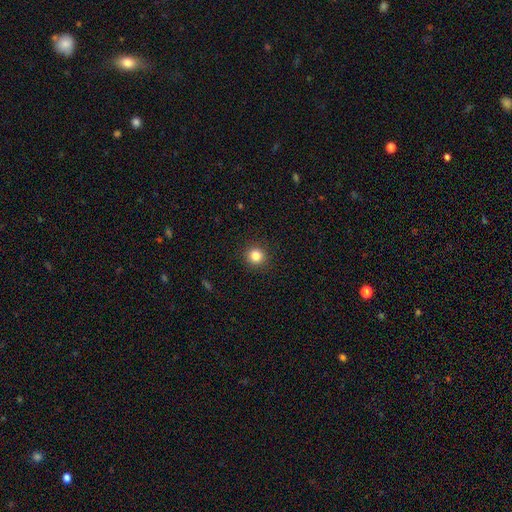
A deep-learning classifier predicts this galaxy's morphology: Q: Smooth or featured?
A: smooth (83%); runner-up: star or artifact (12%)
Q: How rounded?
A: round (93%); runner-up: in between (6%)
Q: Merging?
A: none (92%); runner-up: minor disturbance (5%)